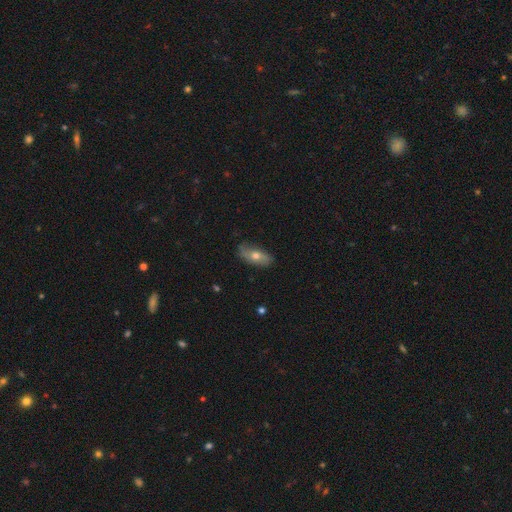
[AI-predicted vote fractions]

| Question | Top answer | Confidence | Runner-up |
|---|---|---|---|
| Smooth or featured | smooth | 53% | featured or disk (39%) |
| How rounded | in between | 80% | cigar-shaped (16%) |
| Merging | none | 77% | minor disturbance (18%) |